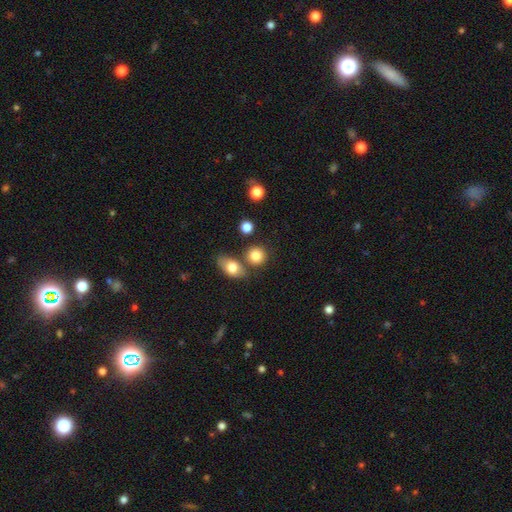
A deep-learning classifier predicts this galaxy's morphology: Overall: smooth (82%). How rounded: round (82%). Merging: none (69%).